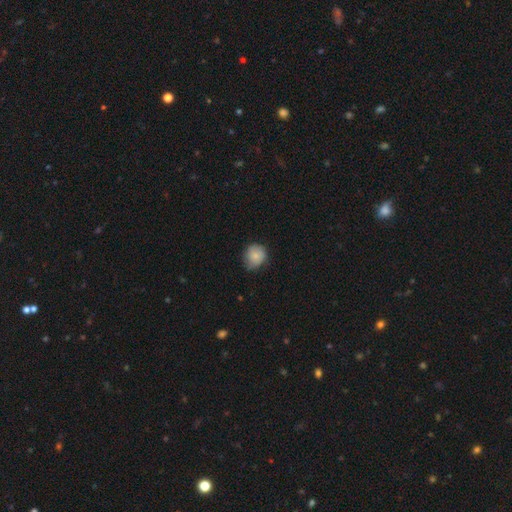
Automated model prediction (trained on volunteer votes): smooth 82%, featured or disk 11%, star or artifact 8%. Down the decision tree: how rounded — round (79%); merging — none (64%).